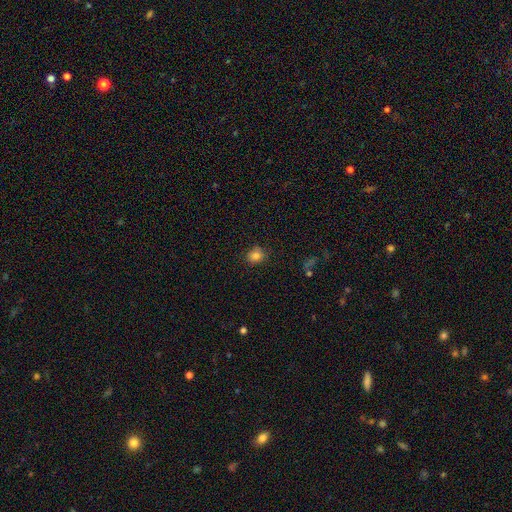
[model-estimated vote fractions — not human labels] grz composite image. It shows a smooth galaxy with no disk features (83%) that is round (70%). Merging: none (84%).